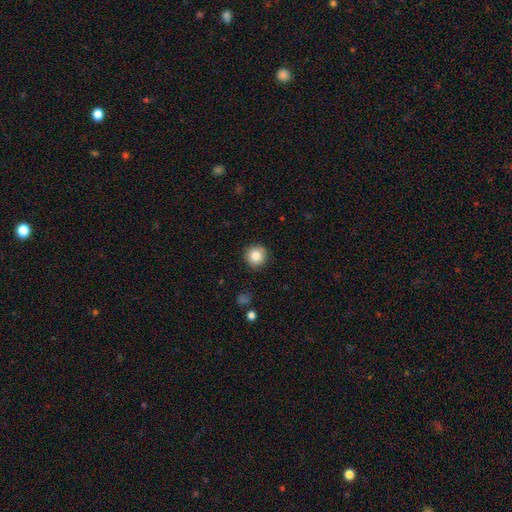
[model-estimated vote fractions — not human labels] A smooth galaxy with no disk features (85%) that is round (95%).

Vote fractions:
- Smooth or featured? smooth: 85% / star or artifact: 10% / featured or disk: 6%
- How rounded? round: 95% / in between: 4% / cigar-shaped: 1%
- Merging? none: 89% / minor disturbance: 8% / major disturbance: 2% / merger: 1%